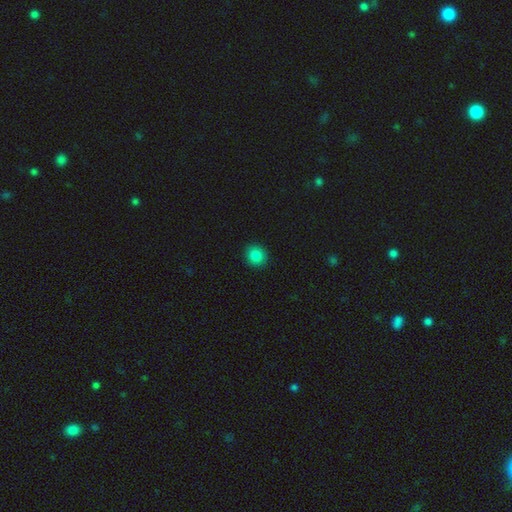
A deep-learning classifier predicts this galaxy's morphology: This is clearly a smooth galaxy (85%). How rounded: clearly round (85%). Merging: clearly none (91%).